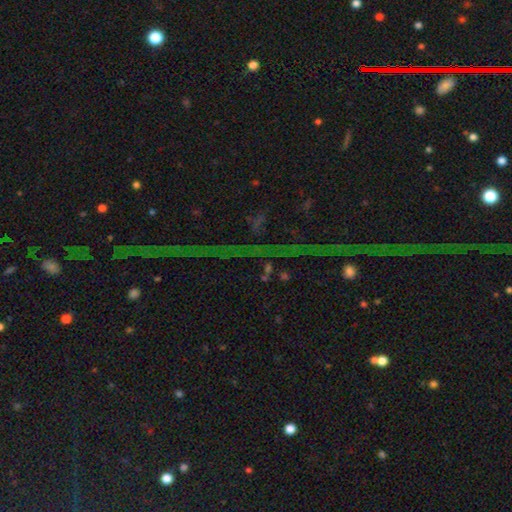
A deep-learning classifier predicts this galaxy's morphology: A star or artifact, not a galaxy (78%).

Vote fractions:
- Smooth or featured? star or artifact: 78% / featured or disk: 12% / smooth: 10%